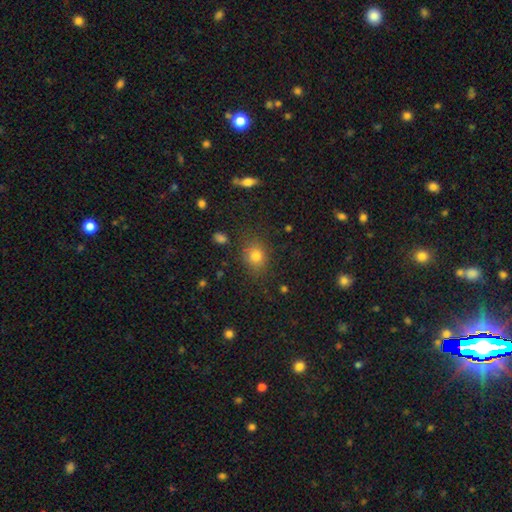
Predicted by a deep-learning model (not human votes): smooth-or-featured: smooth: 79% | star or artifact: 14% | featured or disk: 7%
  how-rounded: round: 63% | in between: 36% | cigar-shaped: 1%
  merging: none: 81% | minor disturbance: 12% | major disturbance: 4% | merger: 2%